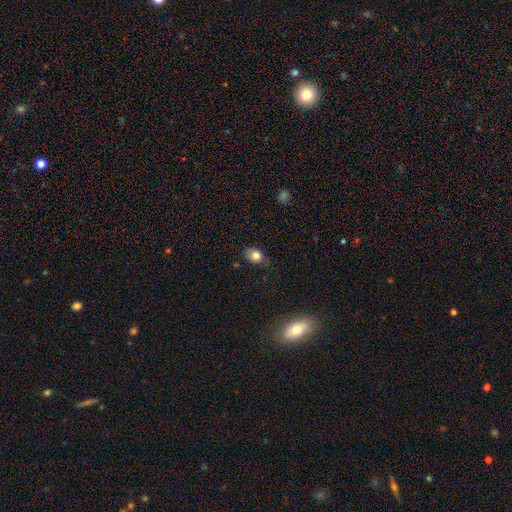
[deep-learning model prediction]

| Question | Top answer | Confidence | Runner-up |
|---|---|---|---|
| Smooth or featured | smooth | 81% | star or artifact (10%) |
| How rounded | in between | 63% | round (36%) |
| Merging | none | 65% | minor disturbance (26%) |